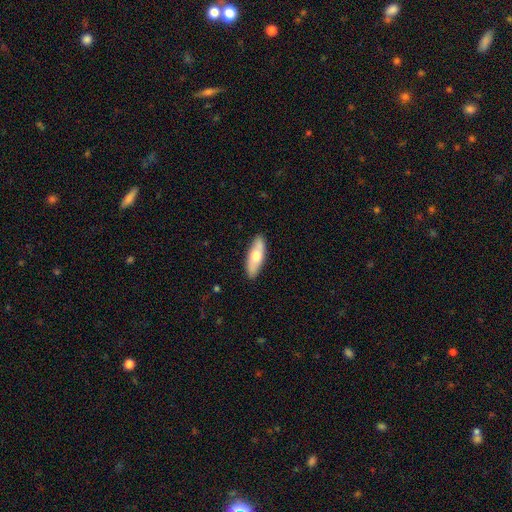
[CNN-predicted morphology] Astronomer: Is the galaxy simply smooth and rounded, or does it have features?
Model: smooth — 59% (runner-up: featured or disk, 36%).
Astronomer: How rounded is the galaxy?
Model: in between — 62%.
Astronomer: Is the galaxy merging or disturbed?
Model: none — 87%.